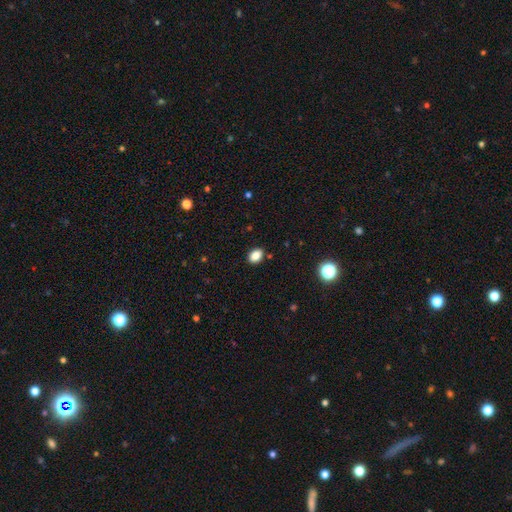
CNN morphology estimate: Smooth or featured: smooth — 85% (star or artifact — 10%)
How rounded: in between — 79% (round — 20%)
Merging: none — 88% (minor disturbance — 9%)